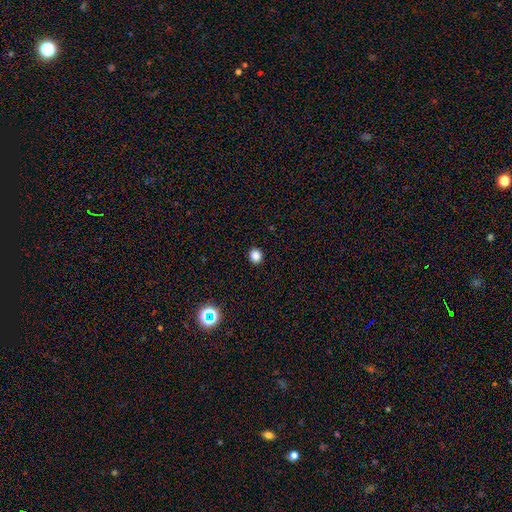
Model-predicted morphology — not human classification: Smooth or featured?
  - smooth: 85% *
  - star or artifact: 12%
  - featured or disk: 3%
How rounded?
  - round: 83% *
  - in between: 16%
  - cigar-shaped: 1%
Merging?
  - none: 92% *
  - minor disturbance: 5%
  - major disturbance: 2%
  - merger: 1%